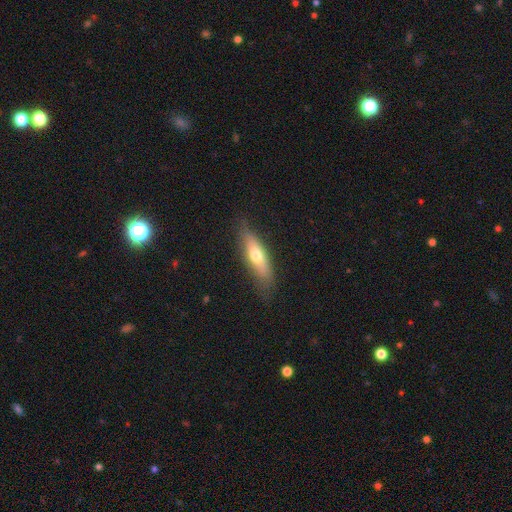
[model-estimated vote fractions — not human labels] A smooth galaxy with no disk features (58%) that is cigar-shaped (56%).

Vote fractions:
- Smooth or featured? smooth: 58% / featured or disk: 35% / star or artifact: 6%
- How rounded? cigar-shaped: 56% / in between: 41% / round: 2%
- Merging? none: 78% / minor disturbance: 17% / major disturbance: 4% / merger: 1%